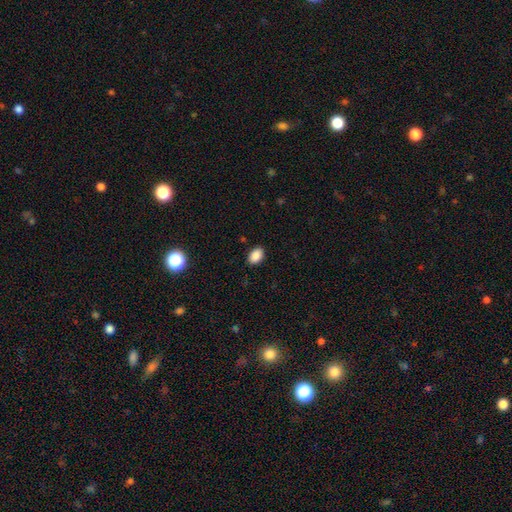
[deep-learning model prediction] Smooth or featured: smooth — 89% (star or artifact — 8%)
How rounded: in between — 87% (round — 12%)
Merging: none — 88% (minor disturbance — 9%)